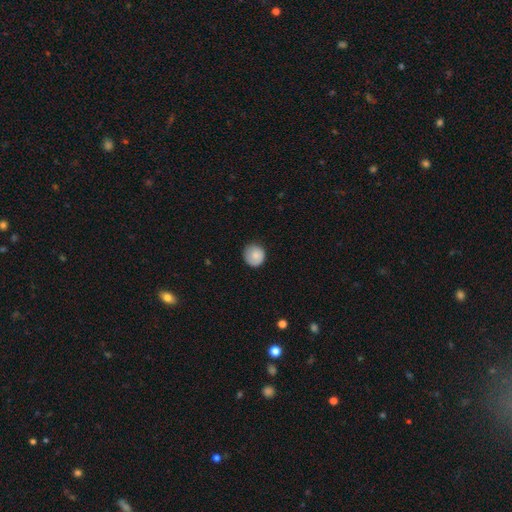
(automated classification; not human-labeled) smooth-or-featured: smooth: 83% | featured or disk: 10% | star or artifact: 7%
  how-rounded: round: 91% | in between: 8% | cigar-shaped: 1%
  merging: none: 81% | minor disturbance: 15% | major disturbance: 3% | merger: 1%